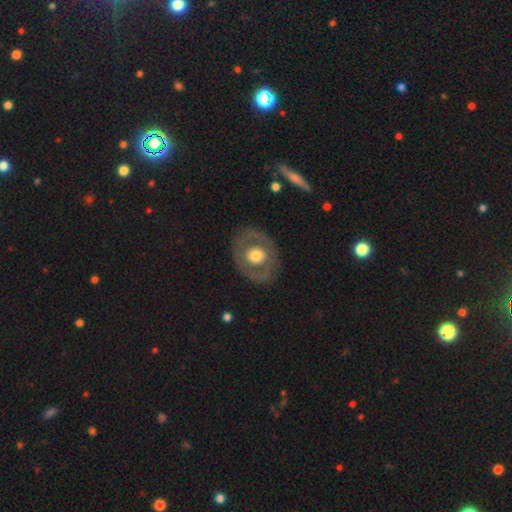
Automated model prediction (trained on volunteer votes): Overall: featured or disk (53%; smooth 42%). Edge-on disk: no (94%). Bar: no (86%). Spiral arms: no (84%). Bulge size: moderate (57%; large 35%). Merging: none (81%).